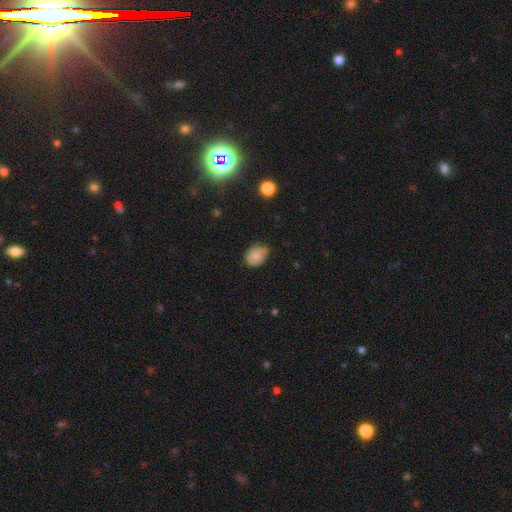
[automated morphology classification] smooth_or_featured: smooth (p=0.77) [alt: featured or disk p=0.14]
how_rounded: in between (p=0.60) [alt: round p=0.39]
merging: none (p=0.58) [alt: minor disturbance p=0.34]